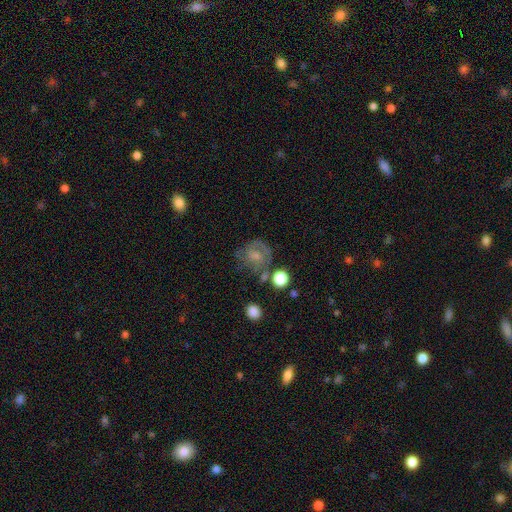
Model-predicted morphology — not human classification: Smooth or featured? Predicted: smooth (p=0.52). How rounded? Predicted: round (p=0.75). Merging? Predicted: none (p=0.51).